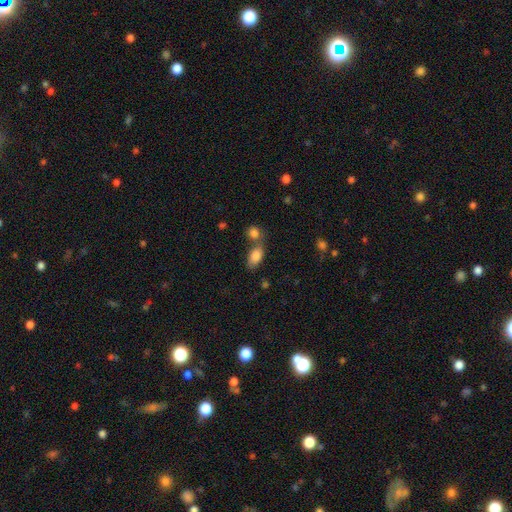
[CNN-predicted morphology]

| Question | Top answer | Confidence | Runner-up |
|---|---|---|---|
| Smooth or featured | smooth | 85% | star or artifact (8%) |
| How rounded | in between | 90% | round (7%) |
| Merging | none | 45% | merger (37%) |